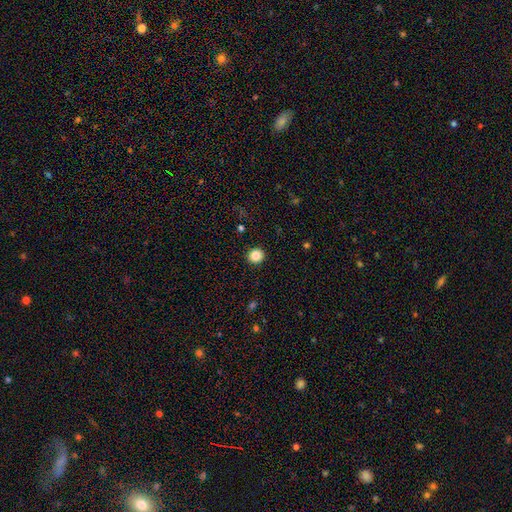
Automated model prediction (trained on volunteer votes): Smooth or featured?
  - smooth: 85% *
  - star or artifact: 11%
  - featured or disk: 4%
How rounded?
  - round: 92% *
  - in between: 7%
  - cigar-shaped: 1%
Merging?
  - none: 93% *
  - minor disturbance: 5%
  - major disturbance: 2%
  - merger: 1%